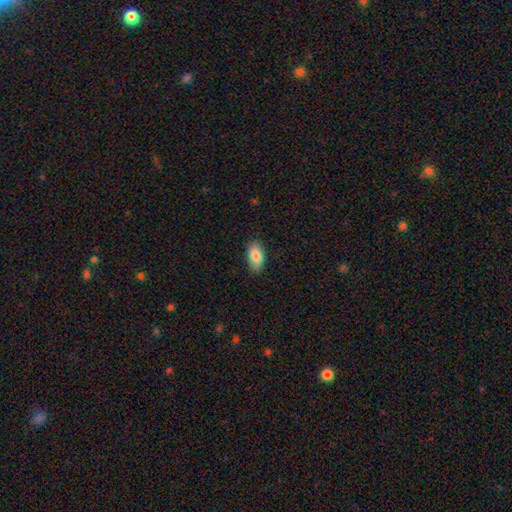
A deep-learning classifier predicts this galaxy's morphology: Smooth or featured? Predicted: smooth (p=0.82). How rounded? Predicted: in between (p=0.93). Merging? Predicted: none (p=0.86).